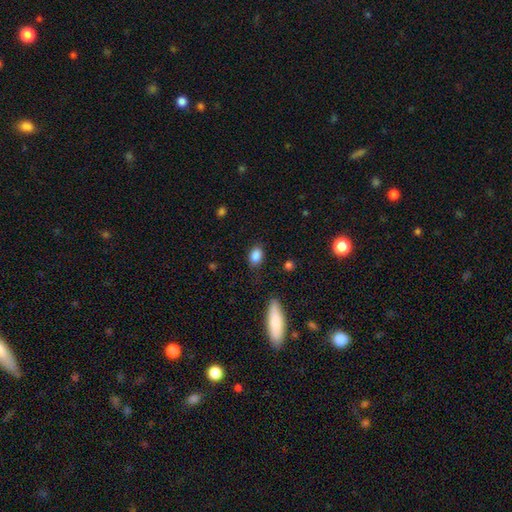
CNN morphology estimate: The model was most divided on "merging": none: 79%, minor disturbance: 15%, major disturbance: 4%, merger: 2%. More confident: smooth or featured — smooth (87%); how rounded — in between (81%).